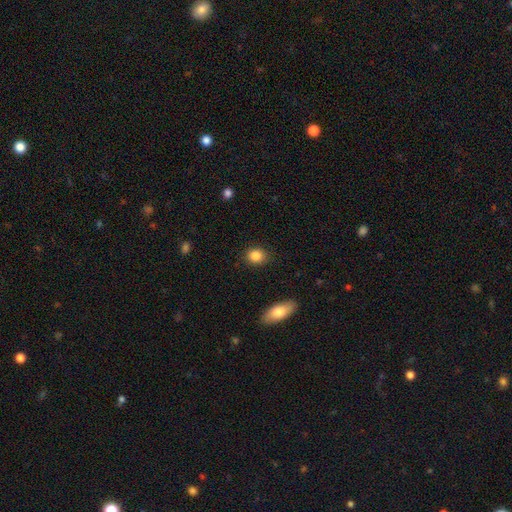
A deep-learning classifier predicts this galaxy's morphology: The model was most divided on "how rounded": round: 61%, in between: 37%, cigar-shaped: 2%. More confident: merging — none (88%); smooth or featured — smooth (86%).